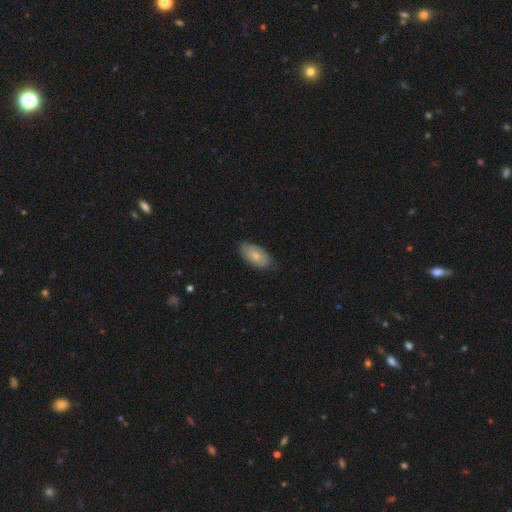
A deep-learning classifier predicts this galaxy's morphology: Overall: smooth (70%). How rounded: in between (93%). Merging: none (74%).